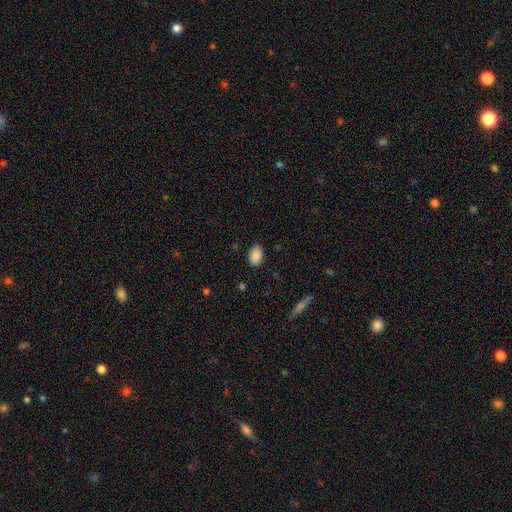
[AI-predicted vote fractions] smooth_or_featured: smooth (p=0.88) [alt: star or artifact p=0.07]
how_rounded: in between (p=0.86) [alt: round p=0.13]
merging: none (p=0.84) [alt: minor disturbance p=0.12]